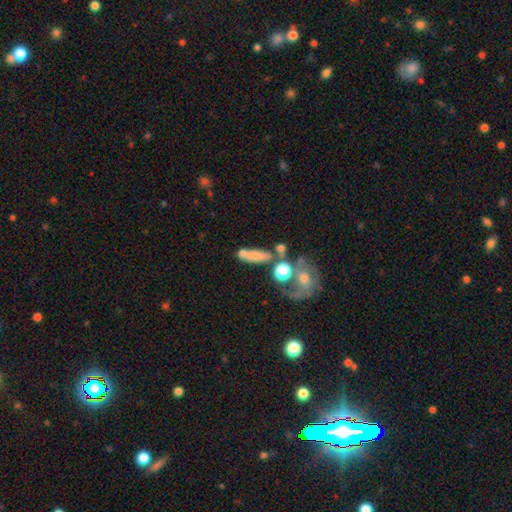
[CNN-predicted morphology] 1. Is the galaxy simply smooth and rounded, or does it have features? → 65% smooth, 24% featured or disk, 11% star or artifact.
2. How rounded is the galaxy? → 44% cigar-shaped, 43% in between, 13% round.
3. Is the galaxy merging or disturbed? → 45% none, 30% merger, 15% minor disturbance, 10% major disturbance.